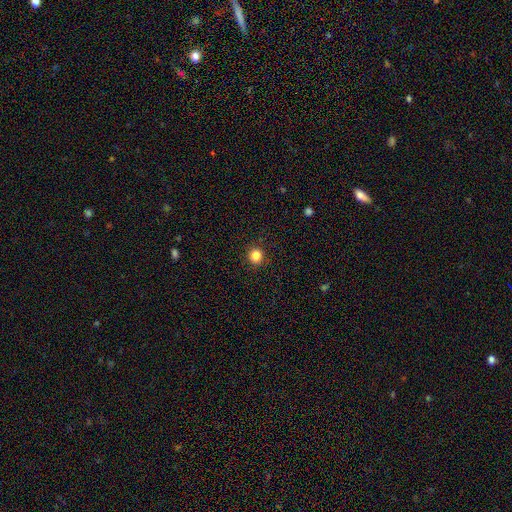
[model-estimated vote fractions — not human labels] A smooth galaxy with no disk features (85%) that is round (88%). Merging: none (91%).